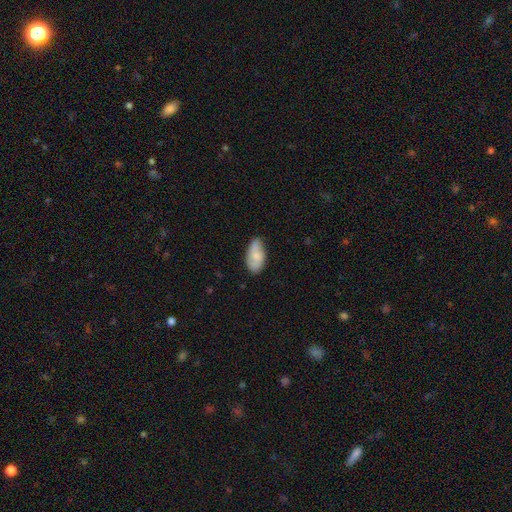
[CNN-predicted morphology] Smooth or featured? smooth (70%)
How rounded? in between (93%)
Merging? none (66%)